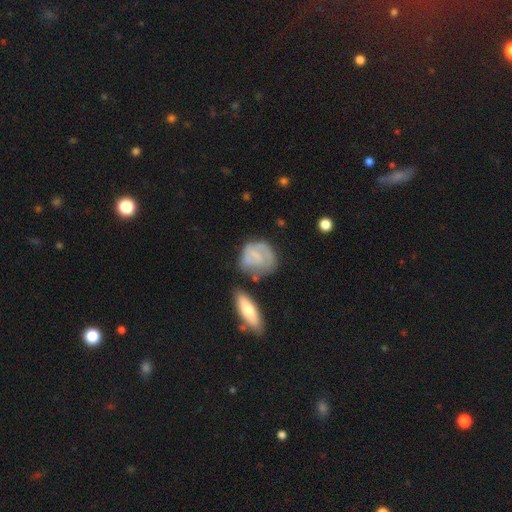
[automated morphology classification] A smooth galaxy with no disk features (47%). Merging: none (51%).